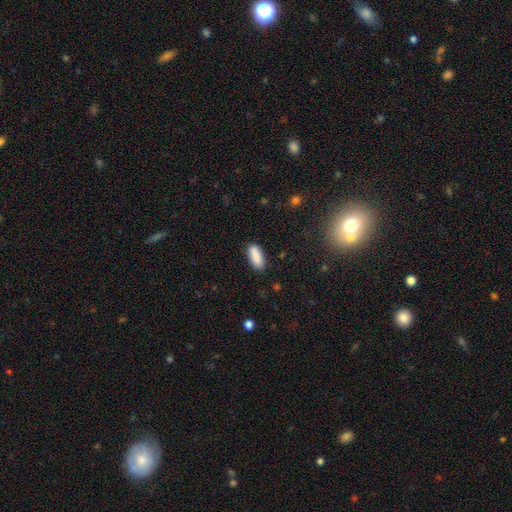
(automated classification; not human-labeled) smooth 89%, star or artifact 7%, featured or disk 4%. Down the decision tree: how rounded — in between (73%); merging — none (86%).